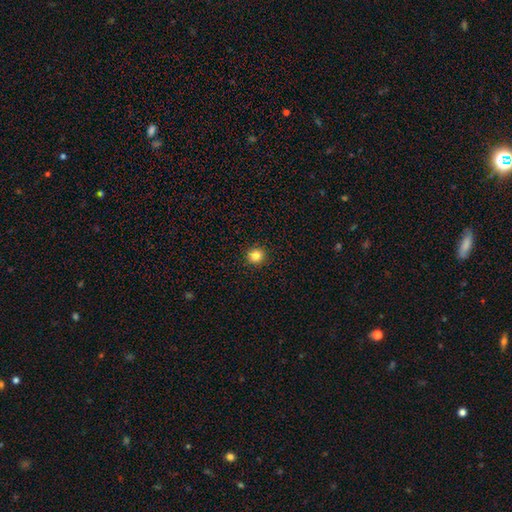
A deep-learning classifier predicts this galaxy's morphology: A smooth galaxy with no disk features (84%) that is round (90%).

Vote fractions:
- Smooth or featured? smooth: 84% / star or artifact: 12% / featured or disk: 5%
- How rounded? round: 90% / in between: 9% / cigar-shaped: 1%
- Merging? none: 92% / minor disturbance: 5% / major disturbance: 2% / merger: 1%